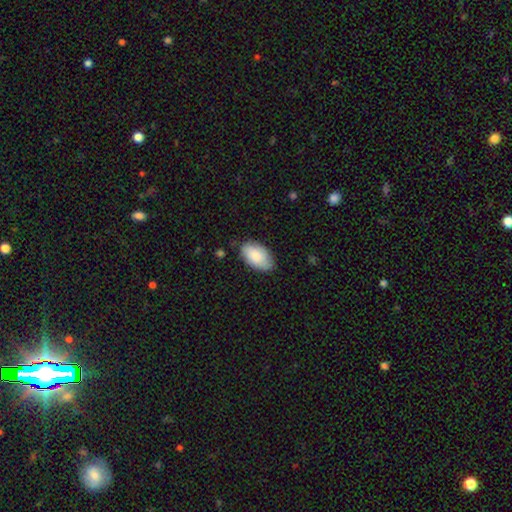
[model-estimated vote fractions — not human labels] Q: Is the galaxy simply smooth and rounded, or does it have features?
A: smooth — 83%.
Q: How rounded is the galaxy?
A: in between — 95%.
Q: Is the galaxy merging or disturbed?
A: none — 79%.